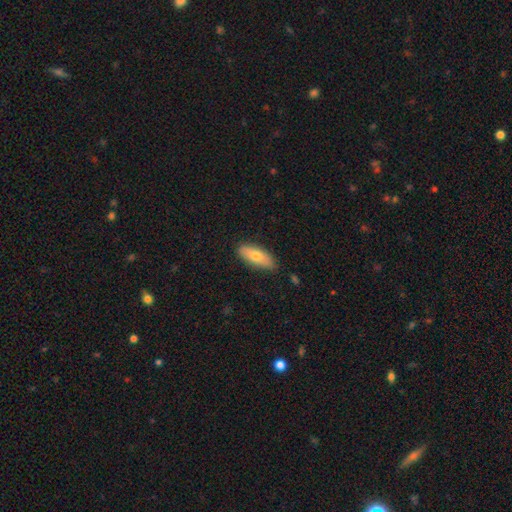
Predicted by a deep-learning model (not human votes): Overall: smooth (71%). How rounded: in between (70%). Merging: none (83%).